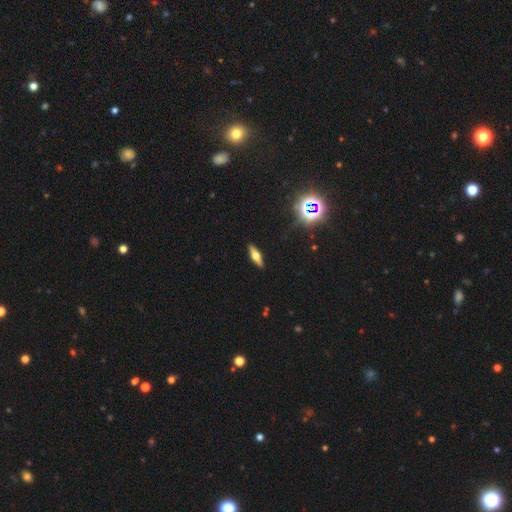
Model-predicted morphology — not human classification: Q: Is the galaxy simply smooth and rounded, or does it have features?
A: featured or disk — 51%.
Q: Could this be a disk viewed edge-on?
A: yes — 89%.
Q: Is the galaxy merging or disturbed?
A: none — 90%.